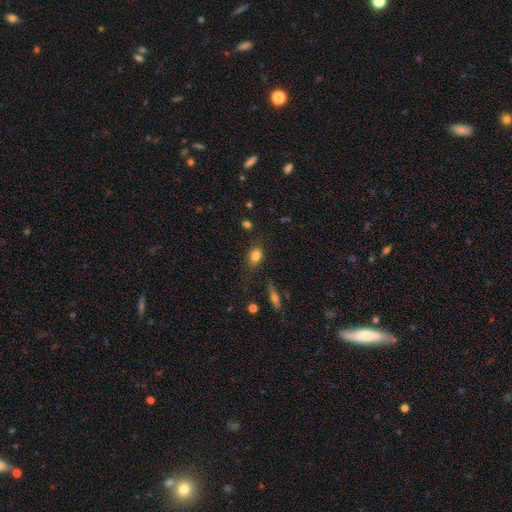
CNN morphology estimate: Smooth or featured: smooth — 81% (featured or disk — 9%)
How rounded: in between — 77% (round — 20%)
Merging: none — 77% (minor disturbance — 16%)